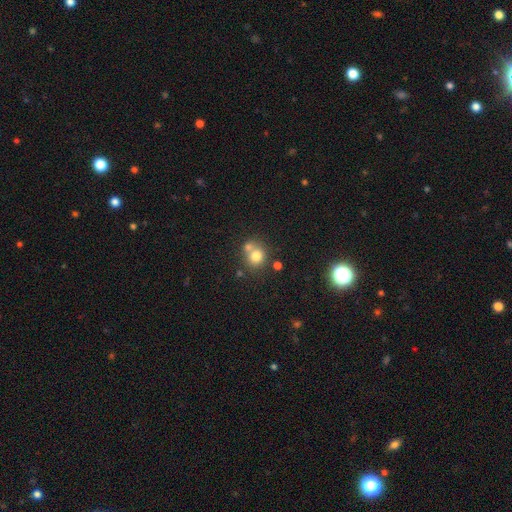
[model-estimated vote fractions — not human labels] smooth 75%, featured or disk 13%, star or artifact 12%. Down the decision tree: how rounded — round (84%); merging — none (49%).